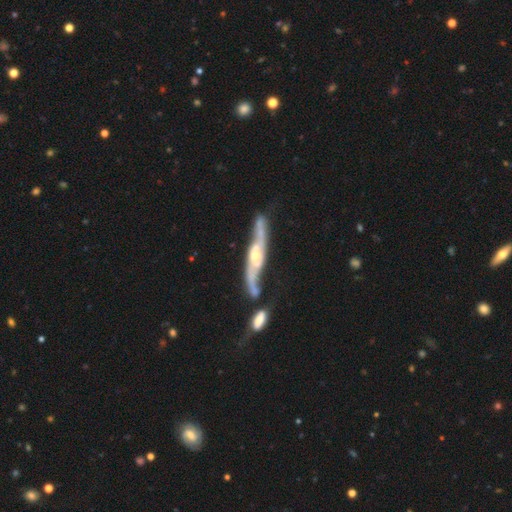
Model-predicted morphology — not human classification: This is clearly a featured or disk galaxy (85%). It is possibly not viewed edge-on (55%). Merging: possibly none (51%).